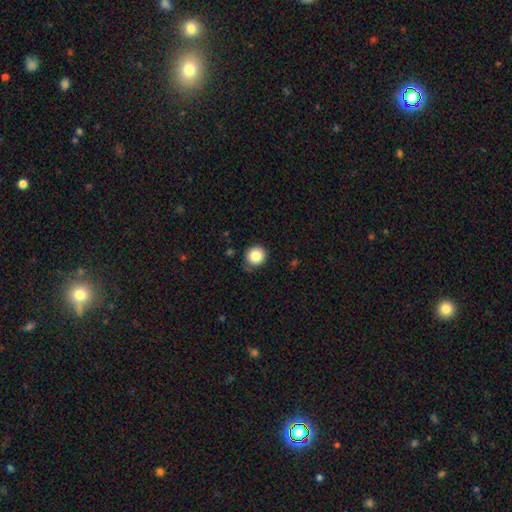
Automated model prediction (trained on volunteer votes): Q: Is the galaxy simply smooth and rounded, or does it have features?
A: smooth — 84%.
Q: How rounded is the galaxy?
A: round — 92%.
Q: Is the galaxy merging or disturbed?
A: none — 79%.